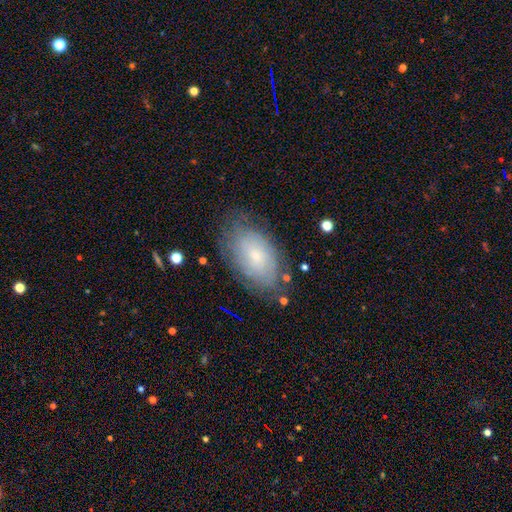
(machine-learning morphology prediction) Smooth or featured? featured or disk (53%)
Edge-on disk? no (93%)
Merging? none (74%)